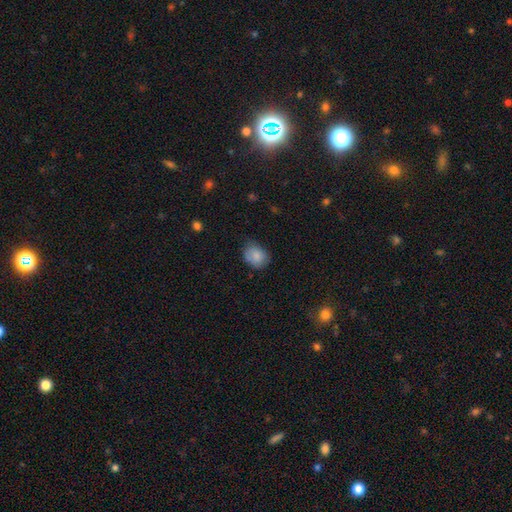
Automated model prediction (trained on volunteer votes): Smooth or featured? Predicted: smooth (p=0.84). How rounded? Predicted: in between (p=0.59). Merging? Predicted: none (p=0.63).